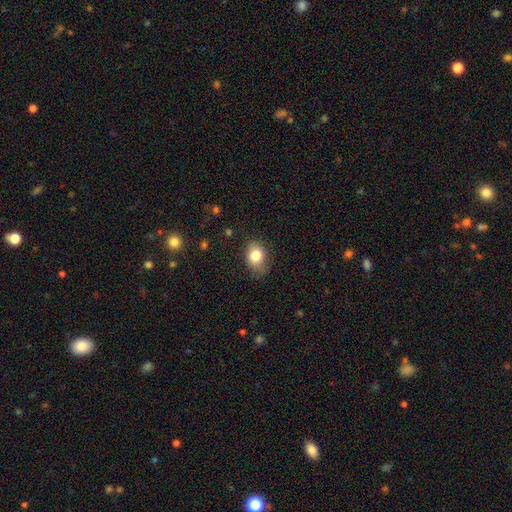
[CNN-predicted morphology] Smooth or featured: smooth — 82% (featured or disk — 9%)
How rounded: in between — 63% (round — 36%)
Merging: none — 71% (minor disturbance — 23%)